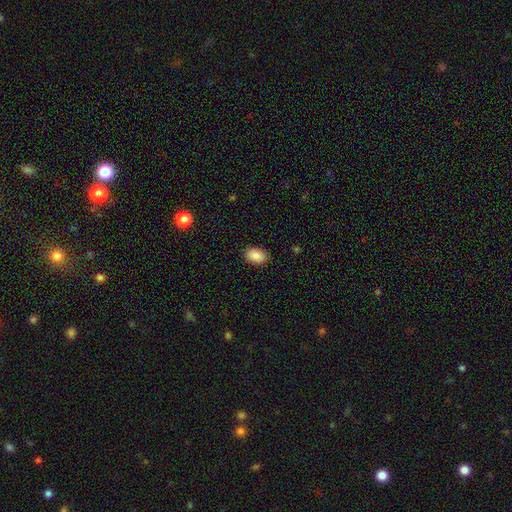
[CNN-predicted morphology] The model was most divided on "how rounded": in between: 89%, round: 10%, cigar-shaped: 1%. More confident: merging — none (89%); smooth or featured — smooth (86%).